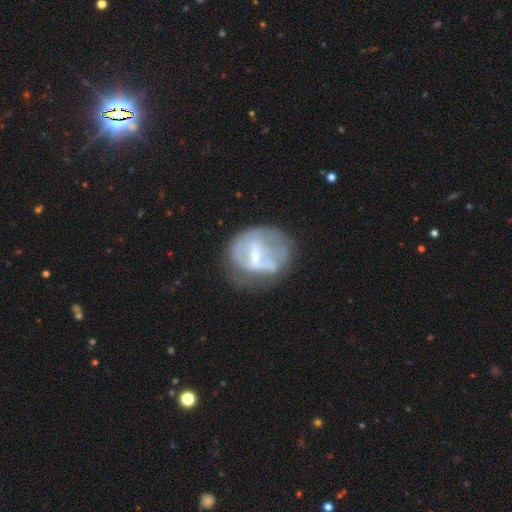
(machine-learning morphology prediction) This appears to be a featured or disk galaxy (60%) with a weak bar (44%), no spiral arms (62%) and a small central bulge (42%). Merging: none (37%).